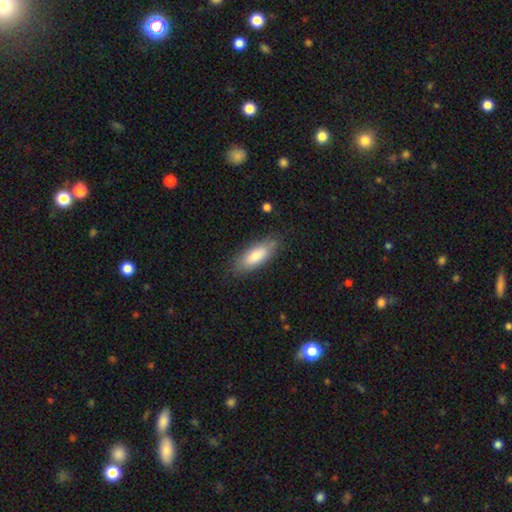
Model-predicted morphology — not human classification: smooth_or_featured: smooth (p=0.81) [alt: featured or disk p=0.13]
how_rounded: in between (p=0.65) [alt: cigar-shaped p=0.33]
merging: none (p=0.81) [alt: minor disturbance p=0.15]